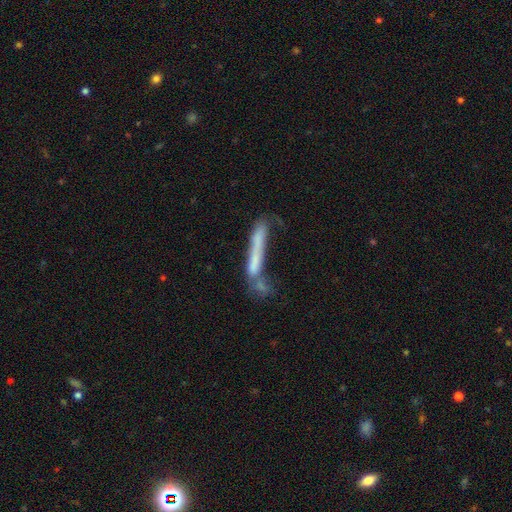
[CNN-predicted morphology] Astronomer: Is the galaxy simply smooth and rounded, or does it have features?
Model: smooth — 51% (runner-up: featured or disk, 39%).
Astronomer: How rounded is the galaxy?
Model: cigar-shaped — 93%.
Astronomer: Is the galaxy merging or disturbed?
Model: none — 37% (runner-up: merger, 29%).